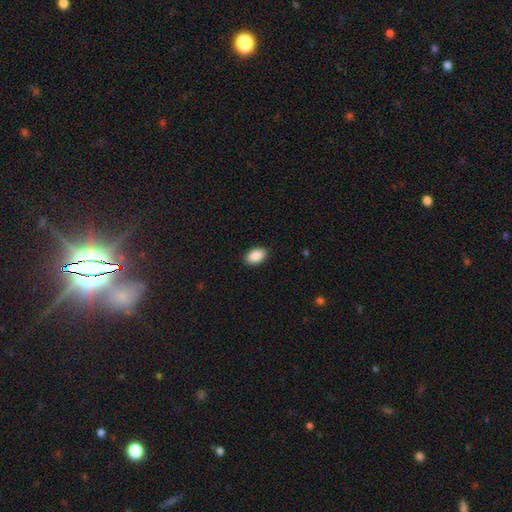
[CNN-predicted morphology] A smooth galaxy with no disk features (90%) that is in between round and cigar-shaped (92%).

Vote fractions:
- Smooth or featured? smooth: 90% / star or artifact: 7% / featured or disk: 3%
- How rounded? in between: 92% / round: 7% / cigar-shaped: 1%
- Merging? none: 90% / minor disturbance: 7% / major disturbance: 2% / merger: 1%